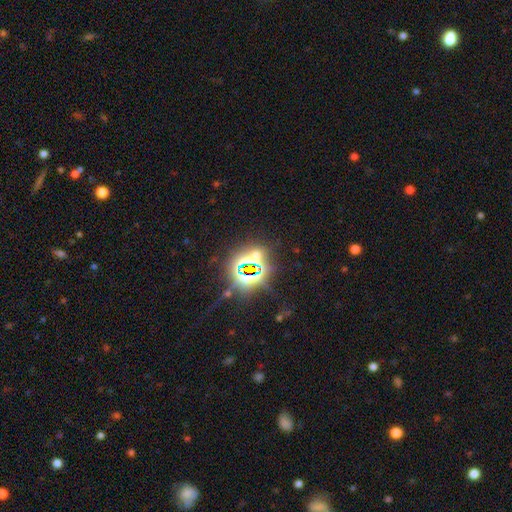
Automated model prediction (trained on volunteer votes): The model was most divided on "smooth or featured": star or artifact: 77%, smooth: 16%, featured or disk: 8%.